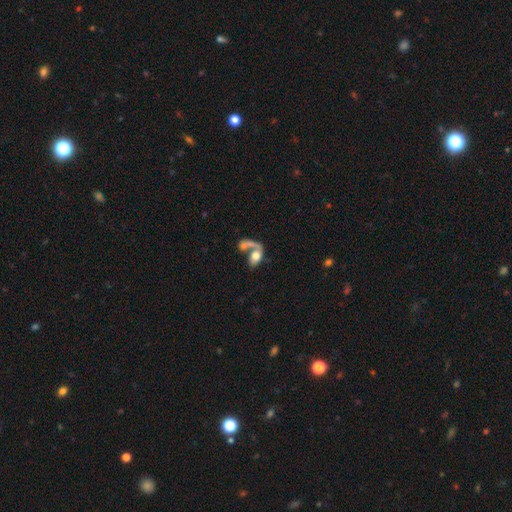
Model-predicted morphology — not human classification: This appears to be a smooth galaxy with no disk features (56%) that is in between round and cigar-shaped (82%). Merging: merger (58%).